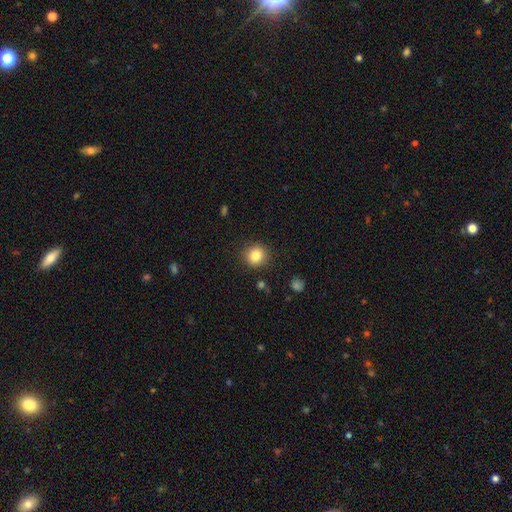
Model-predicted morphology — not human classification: Q: Smooth or featured?
A: smooth (83%); runner-up: star or artifact (10%)
Q: How rounded?
A: round (88%); runner-up: in between (11%)
Q: Merging?
A: none (89%); runner-up: minor disturbance (7%)